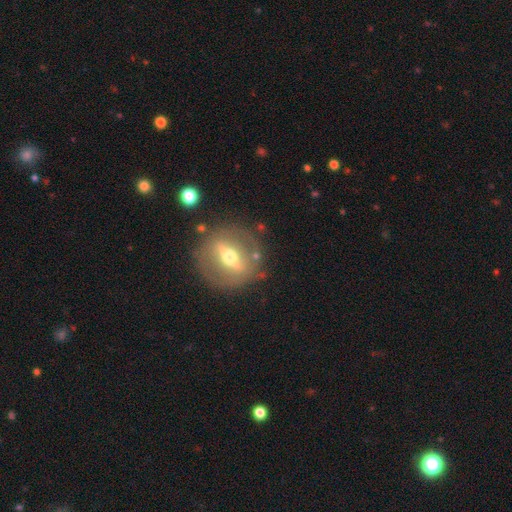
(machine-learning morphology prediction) type=featured or disk (63%); edge-on=no (73%); merging=none (78%).